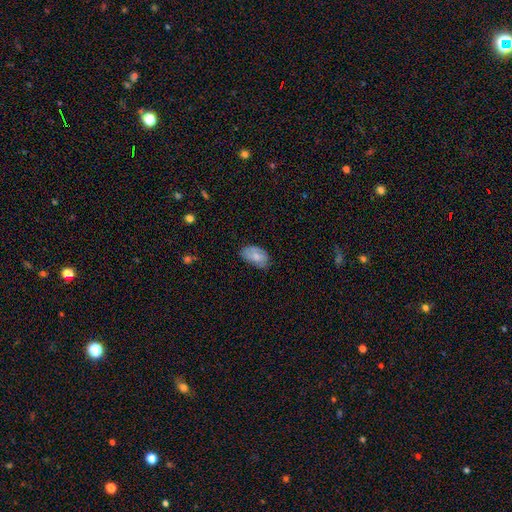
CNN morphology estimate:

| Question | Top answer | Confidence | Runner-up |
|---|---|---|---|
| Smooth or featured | smooth | 73% | featured or disk (20%) |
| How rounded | in between | 92% | round (6%) |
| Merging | none | 63% | minor disturbance (29%) |